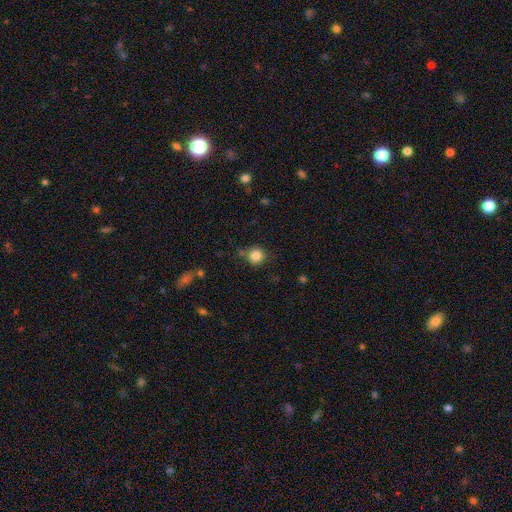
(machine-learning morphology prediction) smooth-or-featured: smooth: 84% | star or artifact: 11% | featured or disk: 5%
  how-rounded: round: 93% | in between: 7% | cigar-shaped: 1%
  merging: none: 81% | minor disturbance: 11% | merger: 4% | major disturbance: 3%